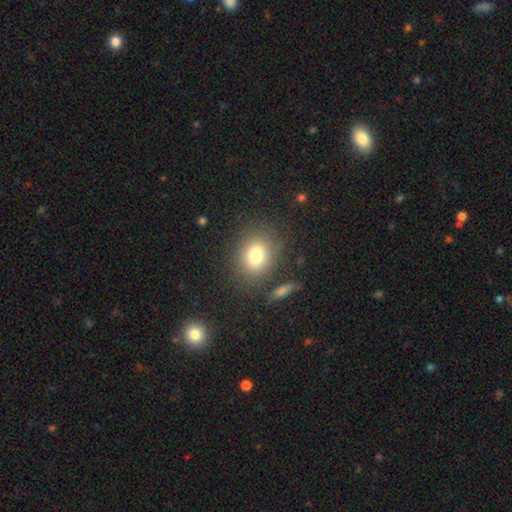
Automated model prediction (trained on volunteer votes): A smooth galaxy with no disk features (78%) that is round (61%).

Vote fractions:
- Smooth or featured? smooth: 78% / star or artifact: 12% / featured or disk: 11%
- How rounded? round: 61% / in between: 38% / cigar-shaped: 1%
- Merging? none: 80% / minor disturbance: 10% / major disturbance: 5% / merger: 4%